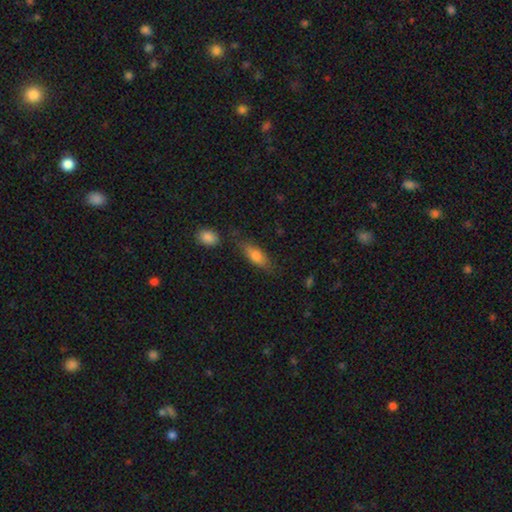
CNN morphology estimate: smooth 73%, featured or disk 19%, star or artifact 8%. Down the decision tree: how rounded — in between (61%); merging — none (67%).